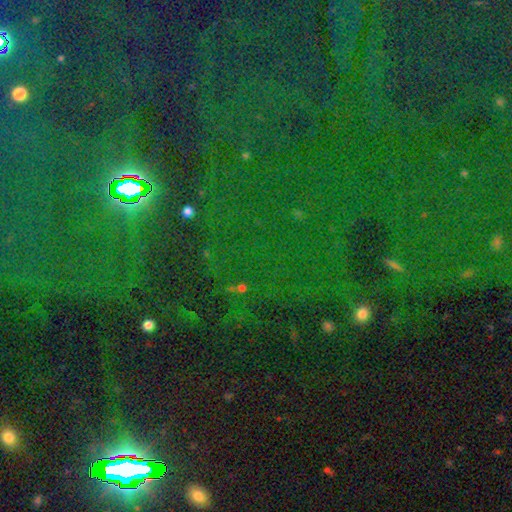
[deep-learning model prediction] Smooth or featured? Predicted: star or artifact (p=0.84).